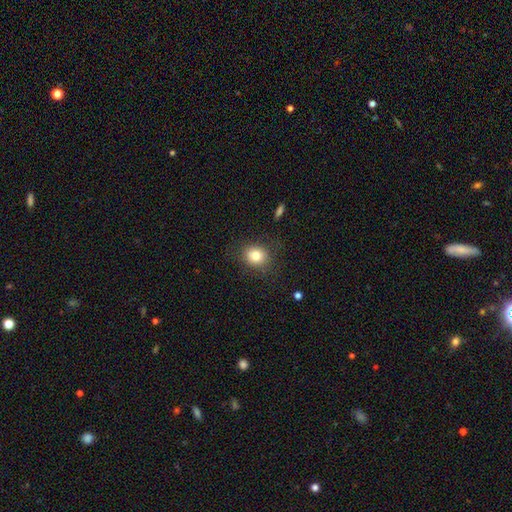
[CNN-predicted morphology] type=smooth (80%); roundness=round (74%); merging=none (83%).